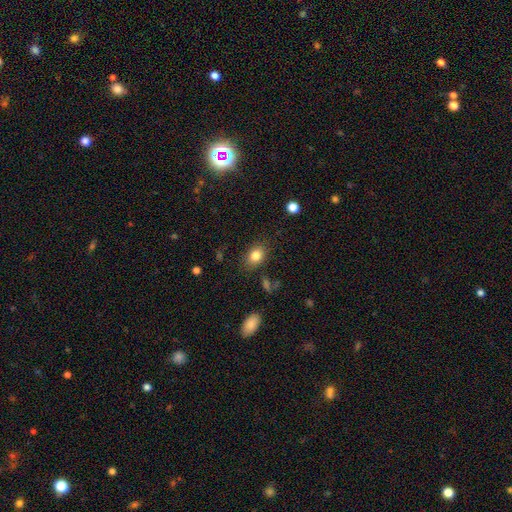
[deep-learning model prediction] Morphology: type=smooth (82%); roundness=in between (68%); merging=none (82%).